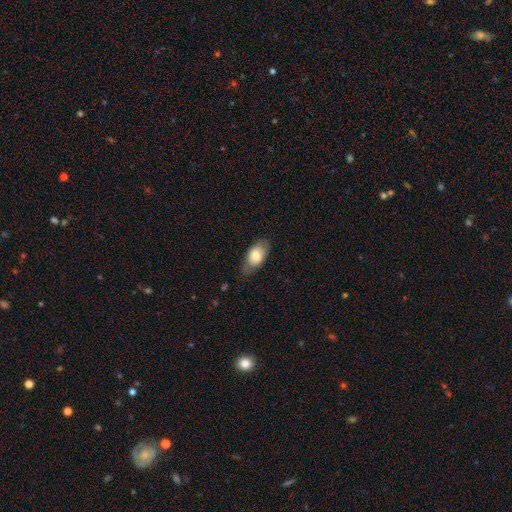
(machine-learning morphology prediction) Q: Smooth or featured?
A: smooth (73%); runner-up: featured or disk (20%)
Q: How rounded?
A: in between (90%); runner-up: round (5%)
Q: Merging?
A: none (69%); runner-up: minor disturbance (23%)